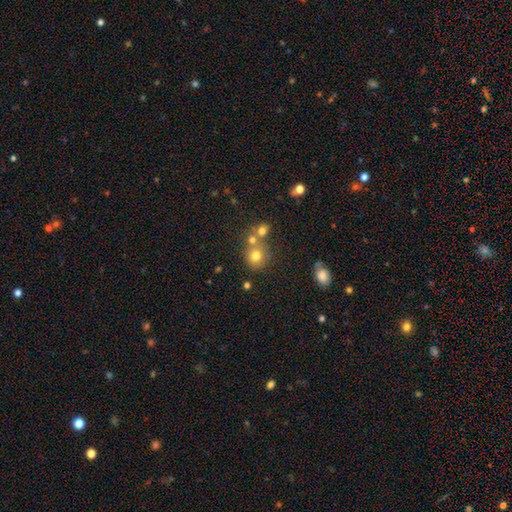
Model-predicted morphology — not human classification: smooth-or-featured: smooth: 73% | star or artifact: 15% | featured or disk: 12%
  how-rounded: round: 82% | in between: 17% | cigar-shaped: 1%
  merging: none: 57% | merger: 28% | minor disturbance: 11% | major disturbance: 4%